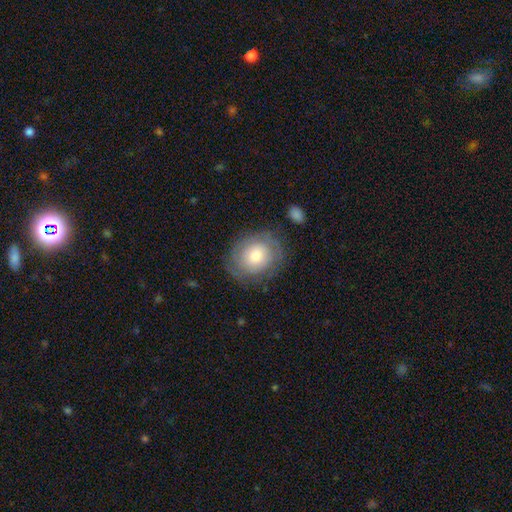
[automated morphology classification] A smooth galaxy with no disk features (54%) that is round (68%).

Vote fractions:
- Smooth or featured? smooth: 54% / featured or disk: 37% / star or artifact: 8%
- How rounded? round: 68% / in between: 31% / cigar-shaped: 1%
- Merging? none: 78% / minor disturbance: 15% / major disturbance: 6% / merger: 2%